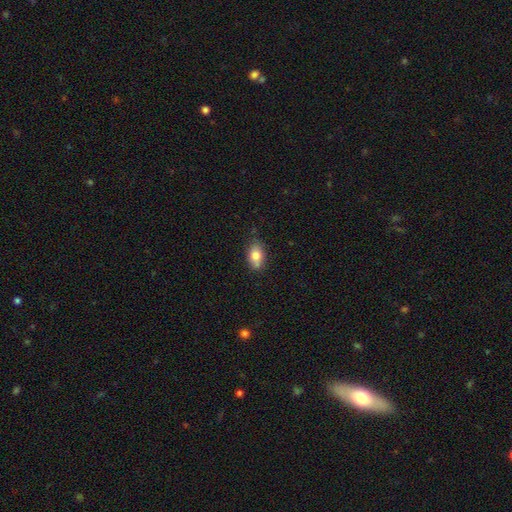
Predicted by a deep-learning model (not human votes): Overall: smooth (79%). How rounded: in between (85%). Merging: none (70%).